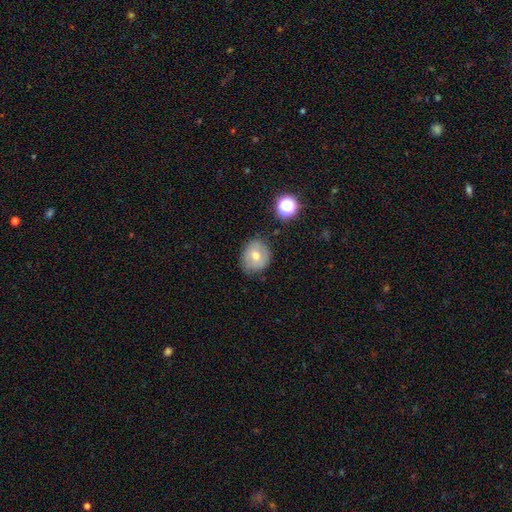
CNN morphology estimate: type=smooth (58%); roundness=round (78%); merging=none (79%).